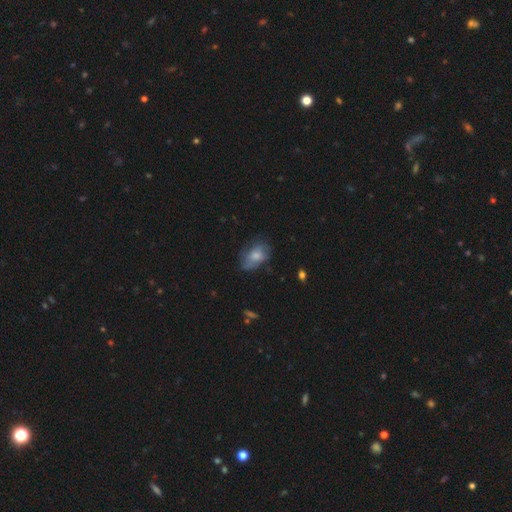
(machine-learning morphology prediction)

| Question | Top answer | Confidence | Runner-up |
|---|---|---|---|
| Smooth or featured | smooth | 62% | featured or disk (30%) |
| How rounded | in between | 83% | round (15%) |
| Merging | none | 54% | minor disturbance (30%) |